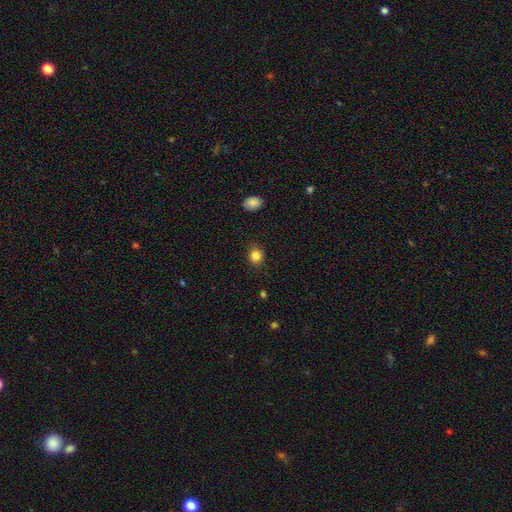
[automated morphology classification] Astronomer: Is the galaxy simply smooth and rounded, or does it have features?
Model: smooth — 84%.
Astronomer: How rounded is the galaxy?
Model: round — 77%.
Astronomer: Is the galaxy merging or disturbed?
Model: none — 85%.